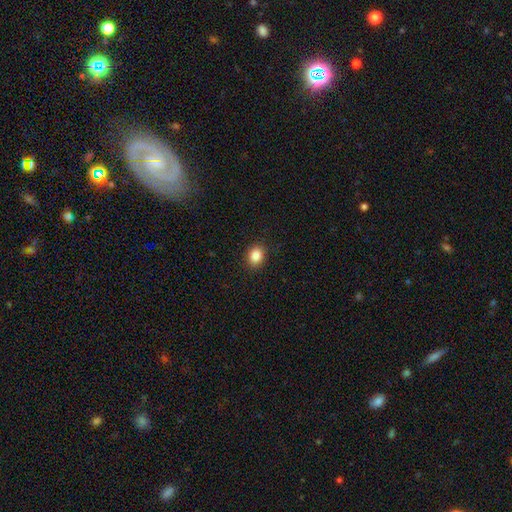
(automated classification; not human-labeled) This is clearly a smooth galaxy (86%). How rounded: possibly in between (52%). Merging: clearly none (89%).